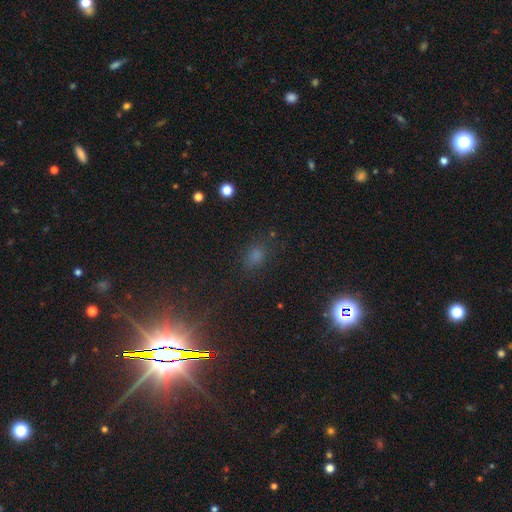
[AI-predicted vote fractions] This is likely a smooth galaxy (64%). How rounded: possibly in between (53%). Merging: likely none (76%).